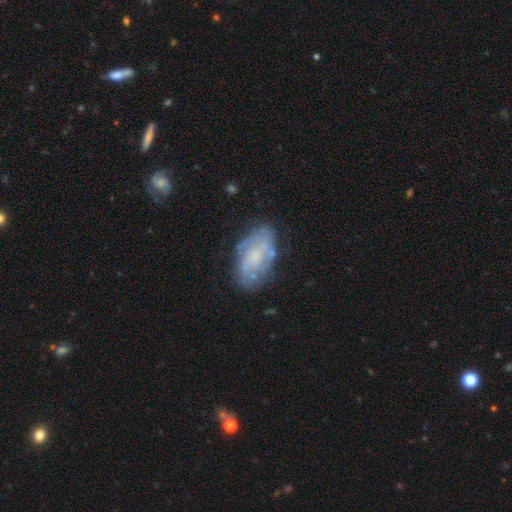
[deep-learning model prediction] Smooth or featured: featured or disk — 64% (smooth — 29%)
Edge-on disk: no — 96% (yes — 4%)
Bar: no — 67% (weak — 28%)
Spiral arms: yes — 61% (no — 39%)
Bulge size: small — 37% (none — 29%)
Merging: none — 65% (minor disturbance — 21%)